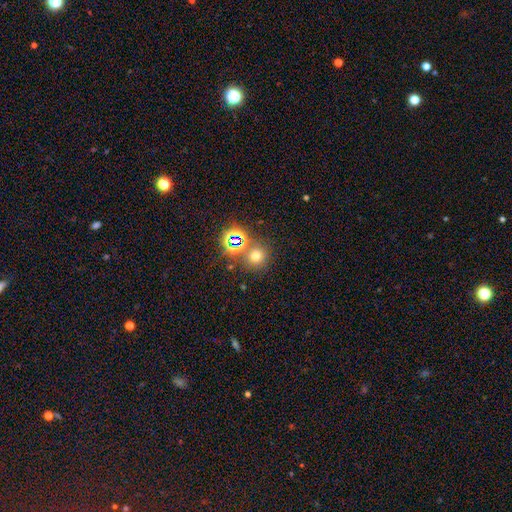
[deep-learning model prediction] This is likely a smooth galaxy (63%). How rounded: clearly round (90%). Merging: likely none (73%).